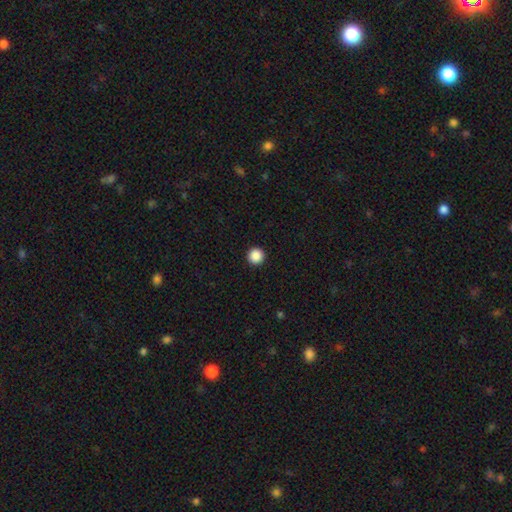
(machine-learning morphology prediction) This is clearly a smooth galaxy (88%). How rounded: clearly round (97%). Merging: clearly none (94%).